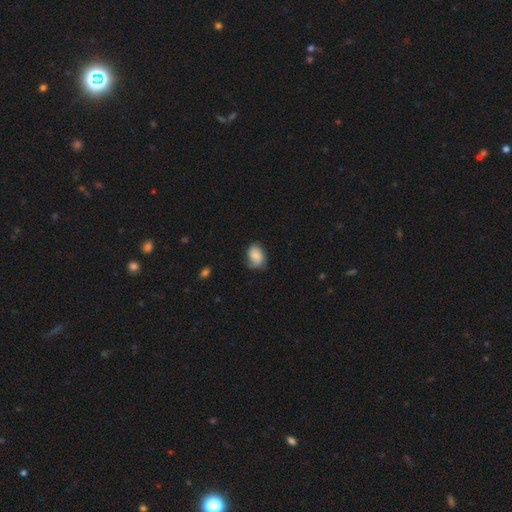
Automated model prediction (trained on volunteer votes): Smooth or featured: smooth — 55% (featured or disk — 36%)
How rounded: in between — 72% (round — 26%)
Merging: none — 60% (minor disturbance — 28%)